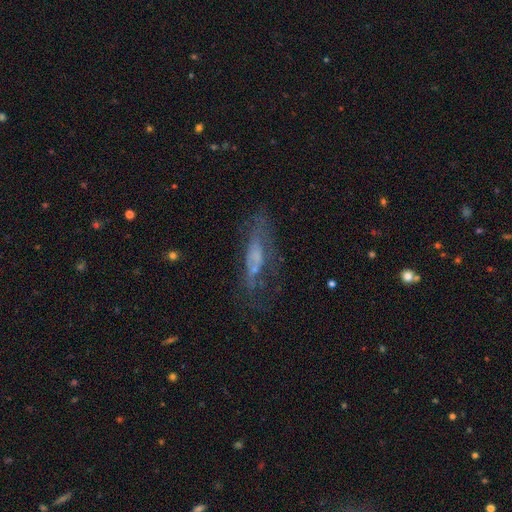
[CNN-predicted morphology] Smooth or featured?
  - featured or disk: 52% *
  - smooth: 35%
  - star or artifact: 13%
Edge-on disk?
  - no: 71% *
  - yes: 29%
Merging?
  - none: 47% *
  - major disturbance: 26%
  - minor disturbance: 22%
  - merger: 5%